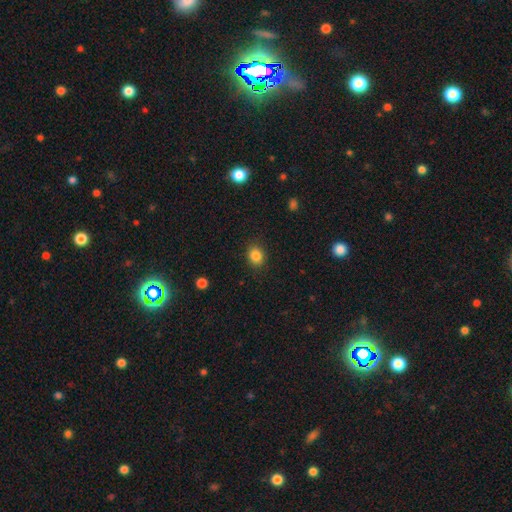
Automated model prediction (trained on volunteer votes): Smooth or featured: smooth — 85% (star or artifact — 10%)
How rounded: round — 61% (in between — 38%)
Merging: none — 88% (minor disturbance — 9%)